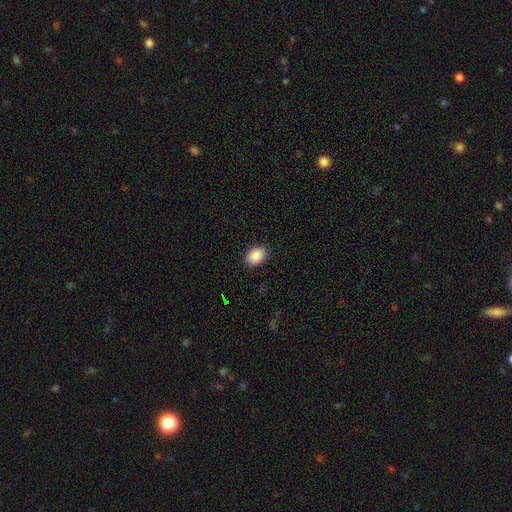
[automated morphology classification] Overall: smooth (89%). How rounded: in between (76%). Merging: none (90%).